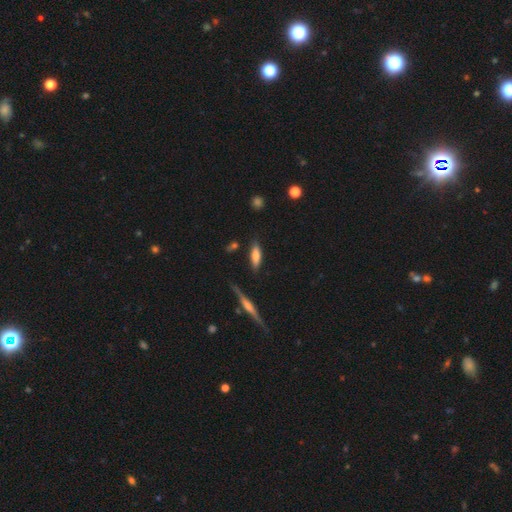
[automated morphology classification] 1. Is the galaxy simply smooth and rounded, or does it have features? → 72% smooth, 20% featured or disk, 7% star or artifact.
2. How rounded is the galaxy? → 50% in between, 48% cigar-shaped, 2% round.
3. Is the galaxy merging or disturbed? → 80% none, 14% minor disturbance, 3% merger, 3% major disturbance.